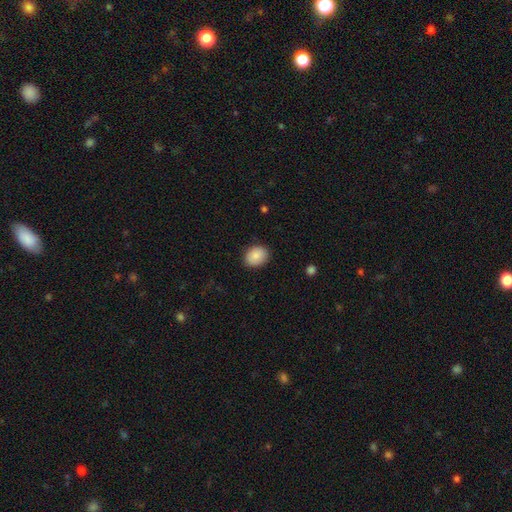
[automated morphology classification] Overall: smooth (87%). How rounded: in between (52%; round 47%). Merging: none (87%).